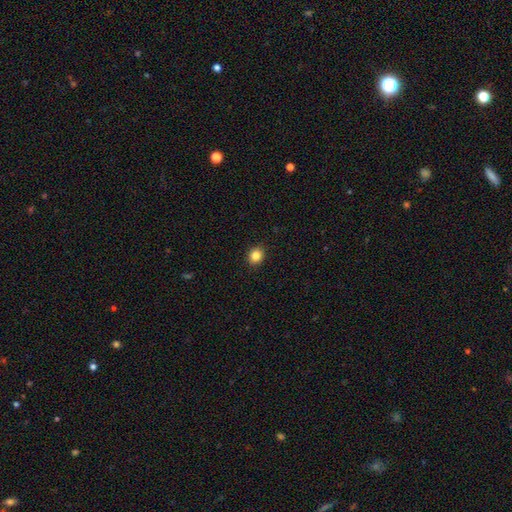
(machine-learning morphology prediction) smooth-or-featured: smooth: 84% | star or artifact: 11% | featured or disk: 5%
  how-rounded: round: 75% | in between: 24% | cigar-shaped: 1%
  merging: none: 92% | minor disturbance: 6% | major disturbance: 2% | merger: 1%